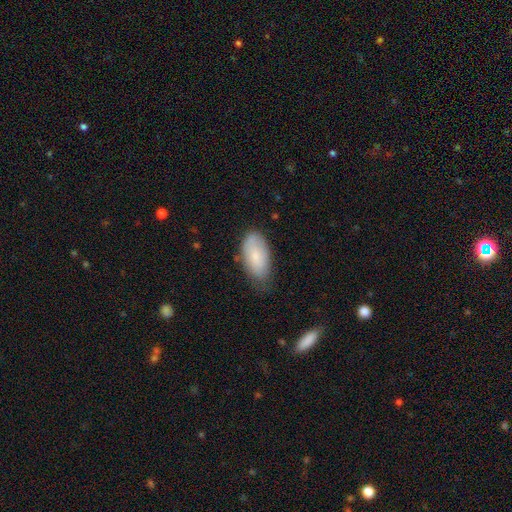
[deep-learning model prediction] A smooth galaxy with no disk features (78%) that is in between round and cigar-shaped (94%). Merging: none (61%).